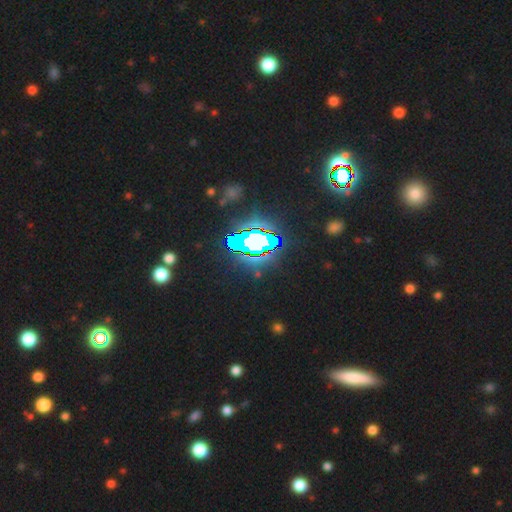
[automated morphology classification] Q: Smooth or featured?
A: star or artifact (81%); runner-up: smooth (11%)